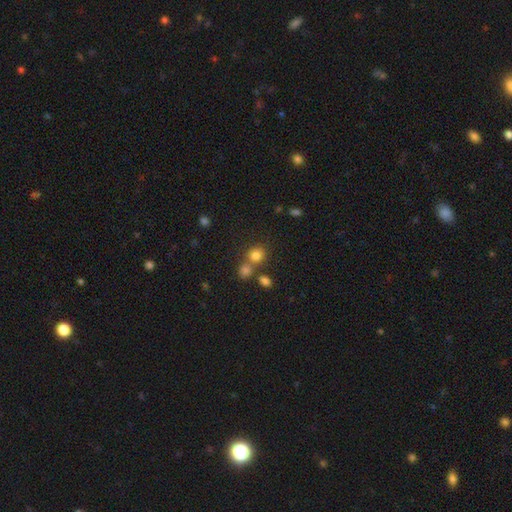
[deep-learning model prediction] This appears to be a smooth galaxy with no disk features (79%) that is round (79%). Merging: none (56%).